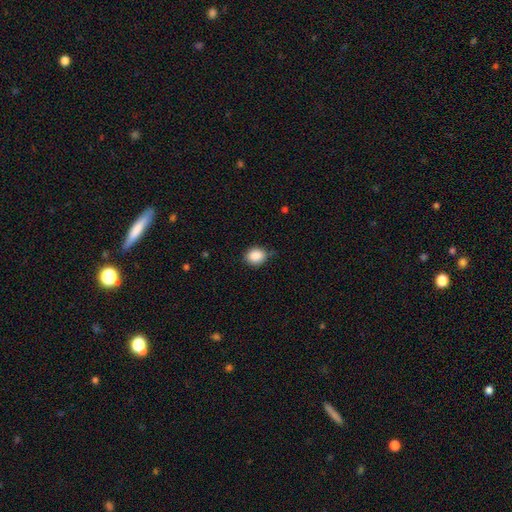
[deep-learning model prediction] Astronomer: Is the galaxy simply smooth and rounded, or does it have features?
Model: smooth — 87%.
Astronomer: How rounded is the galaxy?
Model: round — 67%.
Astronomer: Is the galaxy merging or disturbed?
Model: none — 64%.